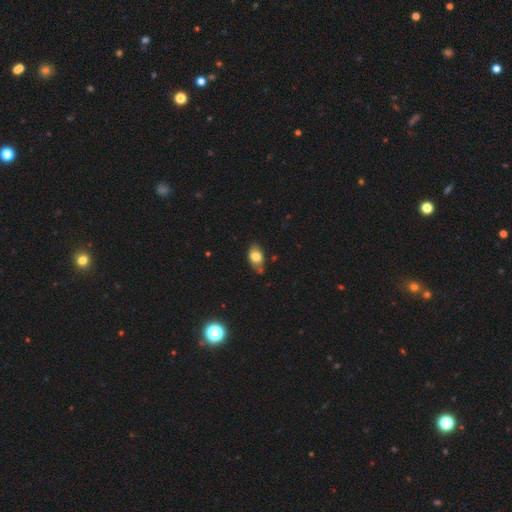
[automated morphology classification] A smooth galaxy with no disk features (77%) that is in between round and cigar-shaped (87%). Merging: none (66%).